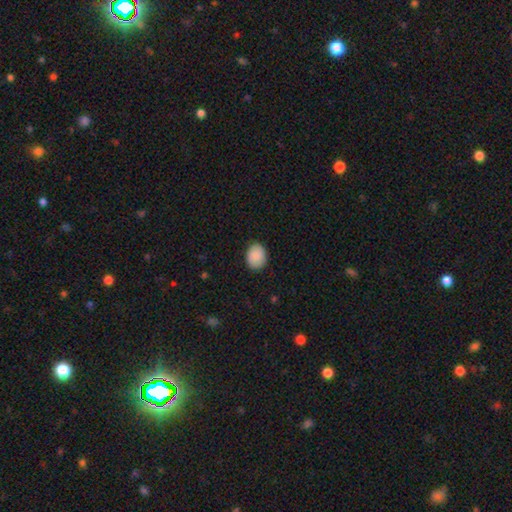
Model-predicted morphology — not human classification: The model was most divided on "how rounded": in between: 58%, round: 41%, cigar-shaped: 1%. More confident: smooth or featured — smooth (88%); merging — none (87%).